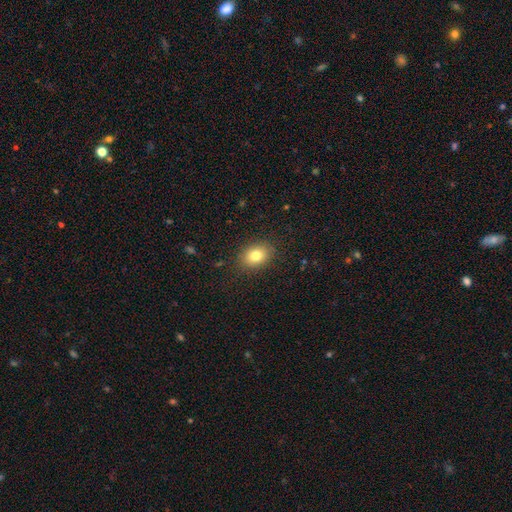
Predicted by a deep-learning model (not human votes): A smooth galaxy with no disk features (80%) that is in between round and cigar-shaped (67%).

Vote fractions:
- Smooth or featured? smooth: 80% / star or artifact: 10% / featured or disk: 10%
- How rounded? in between: 67% / round: 32% / cigar-shaped: 1%
- Merging? none: 87% / minor disturbance: 10% / major disturbance: 3% / merger: 1%